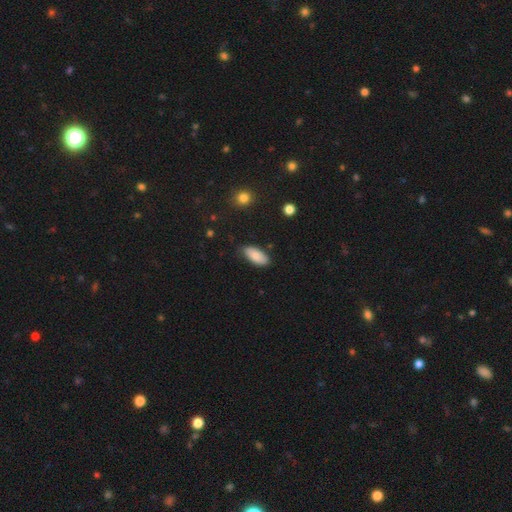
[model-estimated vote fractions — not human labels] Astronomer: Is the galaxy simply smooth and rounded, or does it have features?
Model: smooth — 80%.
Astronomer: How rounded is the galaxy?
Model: in between — 90%.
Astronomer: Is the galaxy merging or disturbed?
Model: none — 79%.